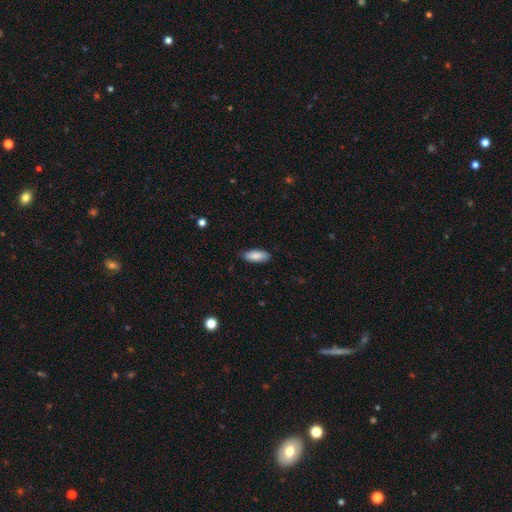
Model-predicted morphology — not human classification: Smooth or featured? Predicted: smooth (p=0.88). How rounded? Predicted: in between (p=0.79). Merging? Predicted: none (p=0.85).